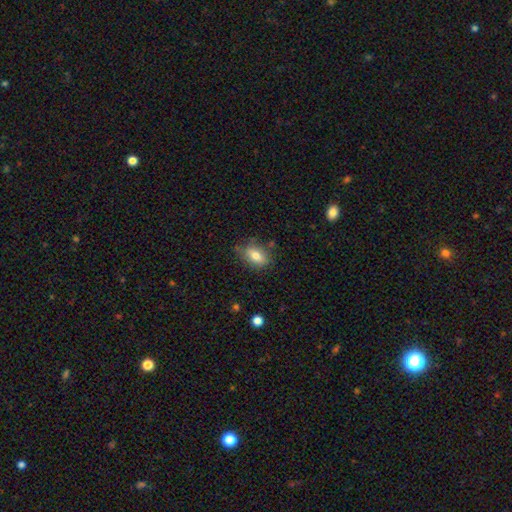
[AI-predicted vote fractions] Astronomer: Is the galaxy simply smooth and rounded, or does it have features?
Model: smooth — 76%.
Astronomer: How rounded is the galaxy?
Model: in between — 83%.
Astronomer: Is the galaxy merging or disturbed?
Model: none — 73%.